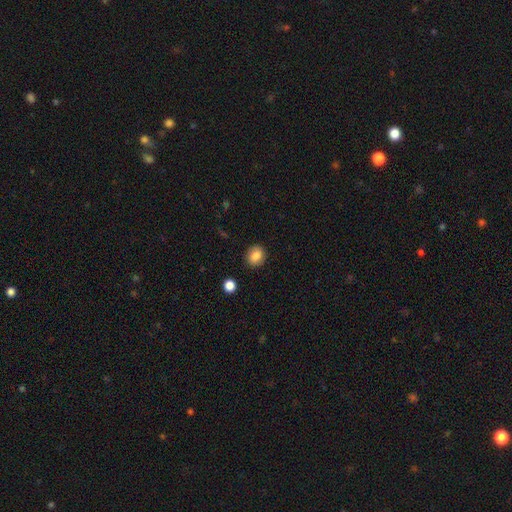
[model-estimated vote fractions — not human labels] smooth 85%, star or artifact 9%, featured or disk 5%. Down the decision tree: how rounded — round (71%); merging — none (89%).